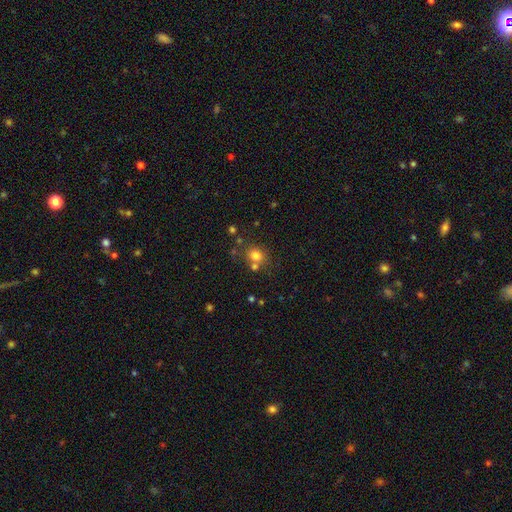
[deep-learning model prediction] Overall: smooth (76%). How rounded: round (67%; in between 32%). Merging: none (64%).